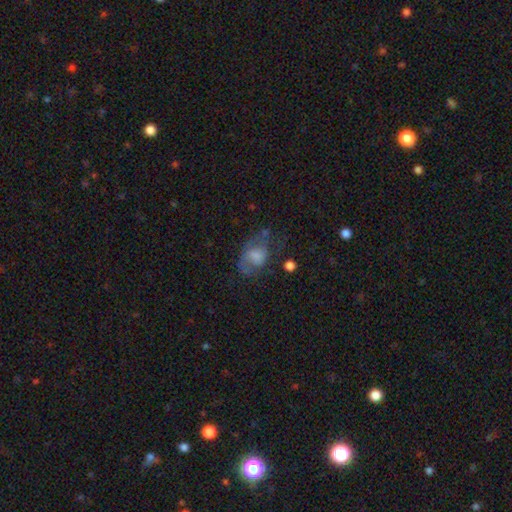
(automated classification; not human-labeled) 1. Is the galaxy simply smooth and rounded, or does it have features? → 51% smooth, 39% featured or disk, 11% star or artifact.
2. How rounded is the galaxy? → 77% in between, 21% round, 2% cigar-shaped.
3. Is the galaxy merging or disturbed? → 39% none, 30% major disturbance, 27% minor disturbance, 4% merger.